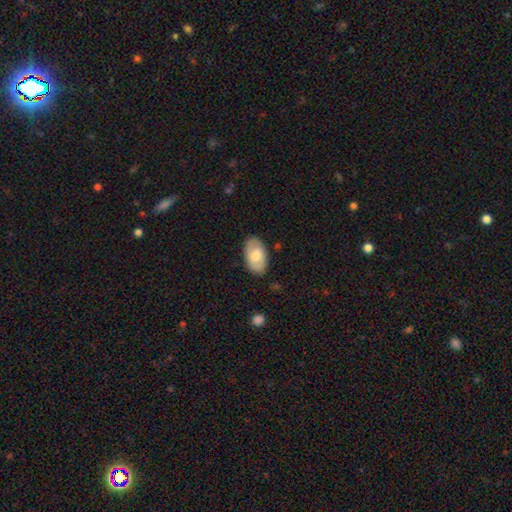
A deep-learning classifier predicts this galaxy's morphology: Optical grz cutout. It shows a smooth galaxy with no disk features (69%) that is in between round and cigar-shaped (95%). Merging: none (84%).